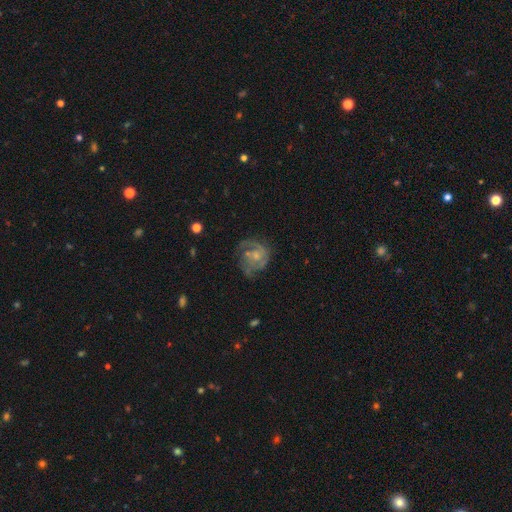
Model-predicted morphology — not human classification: smooth-or-featured: featured or disk: 80% | smooth: 13% | star or artifact: 7%
  disk-edge-on: no: 98% | yes: 2%
    bar: no: 69% | weak: 28% | strong: 4%
    has-spiral-arms: yes: 92% | no: 8%
      spiral-winding: tight: 43% | medium: 42% | loose: 15%
      spiral-arm-count: 2: 40% | 3: 23% | can't tell: 20% | 1: 8% | 4: 5% | more than 4: 4%
    bulge-size: small: 56% | moderate: 28% | none: 13% | large: 2% | dominant: 1%
  merging: none: 57% | minor disturbance: 21% | major disturbance: 18% | merger: 4%